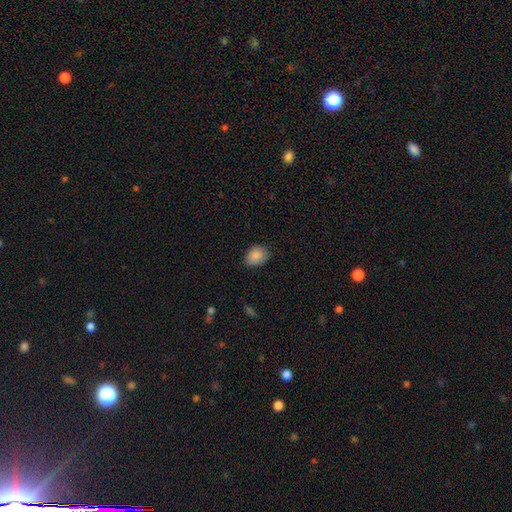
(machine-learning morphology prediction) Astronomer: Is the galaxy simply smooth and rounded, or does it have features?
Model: smooth — 88%.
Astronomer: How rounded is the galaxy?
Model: in between — 66%.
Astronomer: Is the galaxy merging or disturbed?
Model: none — 77%.